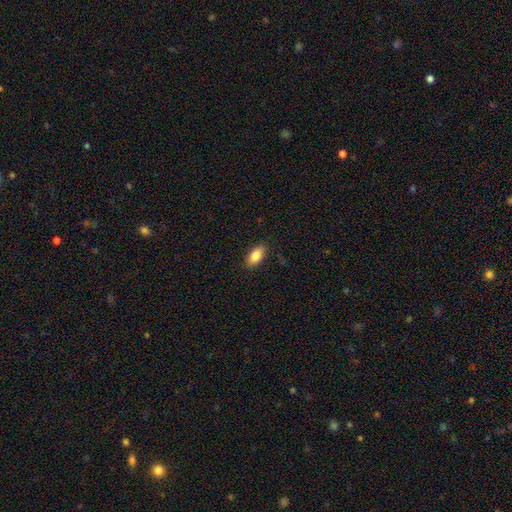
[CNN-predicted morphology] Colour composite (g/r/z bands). It shows a smooth galaxy with no disk features (86%) that is in between round and cigar-shaped (90%). Merging: none (88%).